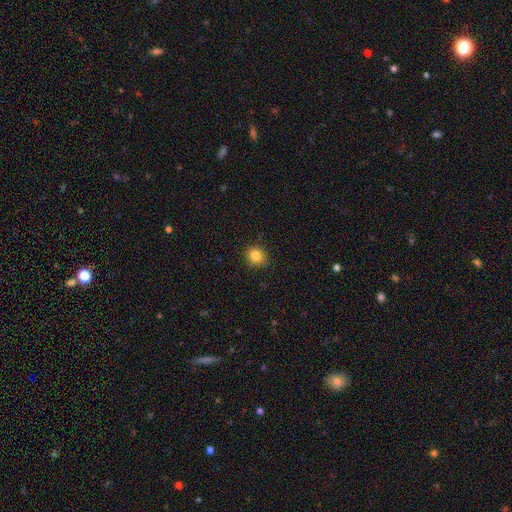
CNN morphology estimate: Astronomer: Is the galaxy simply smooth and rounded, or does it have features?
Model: smooth — 84%.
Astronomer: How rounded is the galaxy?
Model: round — 77%.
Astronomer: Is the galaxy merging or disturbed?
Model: none — 88%.